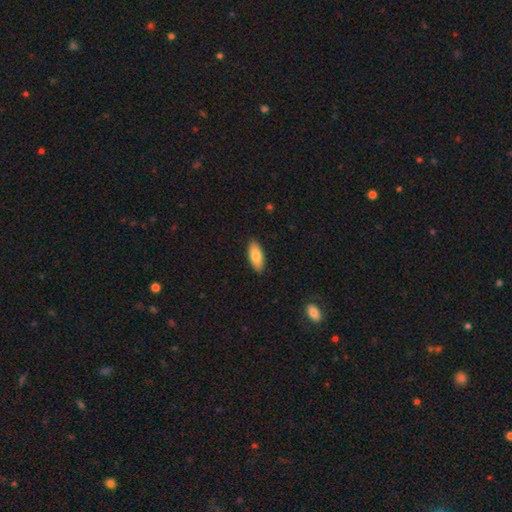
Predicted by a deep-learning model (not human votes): smooth-or-featured: smooth: 82% | featured or disk: 13% | star or artifact: 6%
  how-rounded: in between: 81% | cigar-shaped: 17% | round: 2%
  merging: none: 89% | minor disturbance: 8% | major disturbance: 2% | merger: 1%